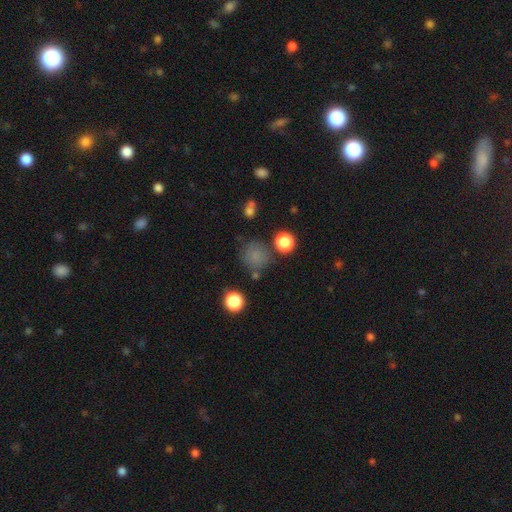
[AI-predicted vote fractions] Smooth or featured: smooth — 76% (star or artifact — 17%)
How rounded: round — 89% (in between — 10%)
Merging: none — 71% (minor disturbance — 15%)